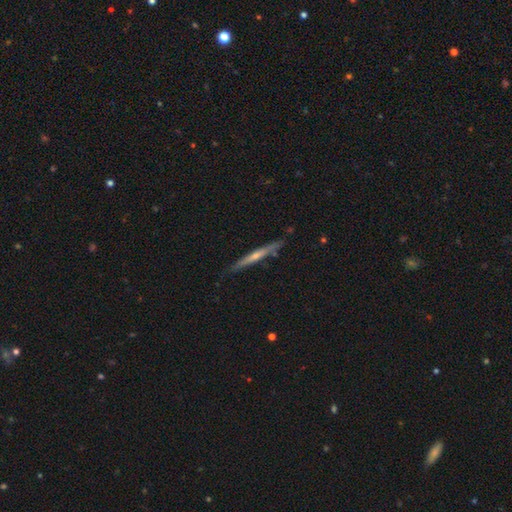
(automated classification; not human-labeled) Overall: featured or disk (64%; smooth 30%). Edge-on disk: yes (96%). Edge-on bulge: rounded (54%; none 41%). Merging: none (84%).